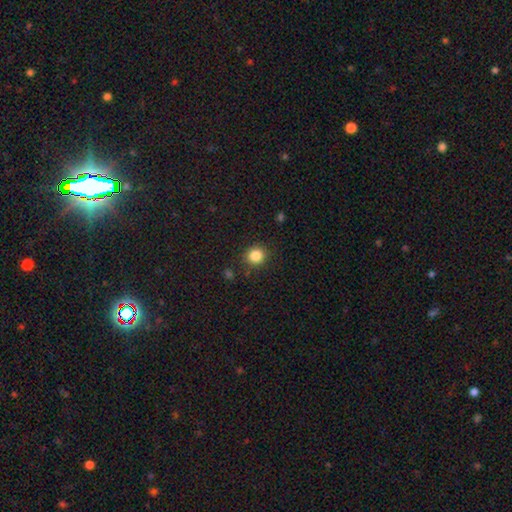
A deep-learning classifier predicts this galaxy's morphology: type=smooth (85%); roundness=round (87%); merging=none (88%).